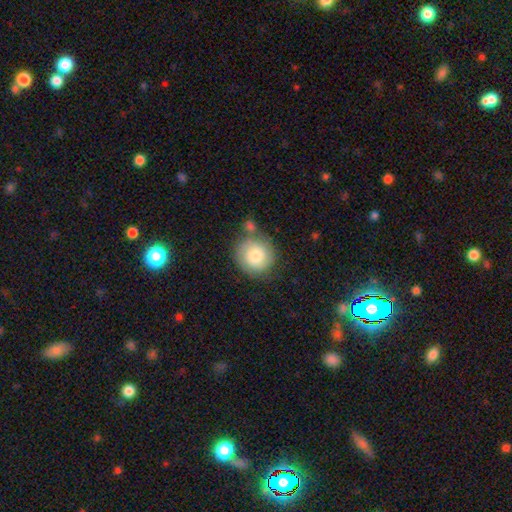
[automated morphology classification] smooth_or_featured: smooth (p=0.68) [alt: featured or disk p=0.25]
how_rounded: round (p=0.90) [alt: in between p=0.09]
merging: none (p=0.65) [alt: minor disturbance p=0.17]